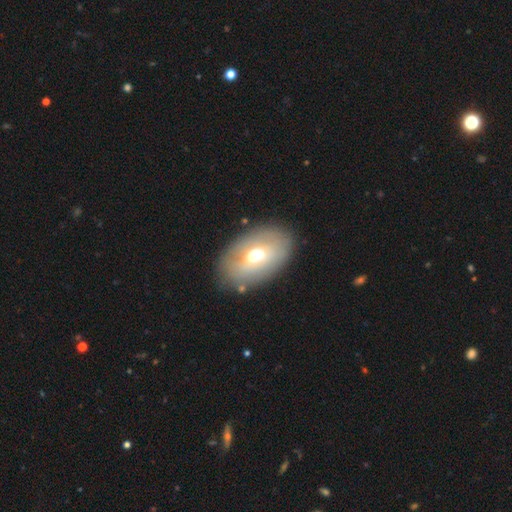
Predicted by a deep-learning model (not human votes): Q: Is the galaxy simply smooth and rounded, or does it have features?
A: smooth — 54%.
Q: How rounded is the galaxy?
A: in between — 90%.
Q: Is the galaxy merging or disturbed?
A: none — 82%.